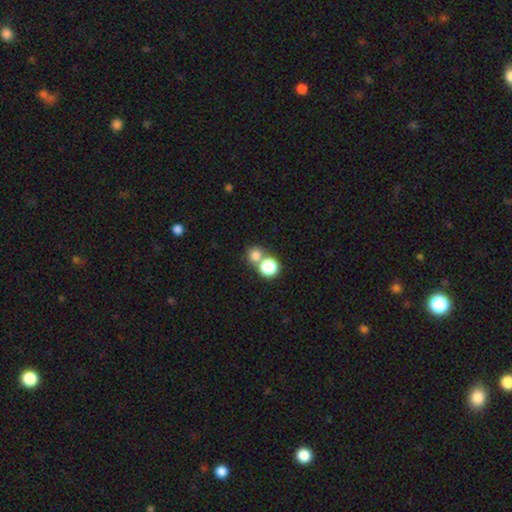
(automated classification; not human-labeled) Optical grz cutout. It shows a smooth galaxy with no disk features (77%) that is round (86%). Merging: none (51%).